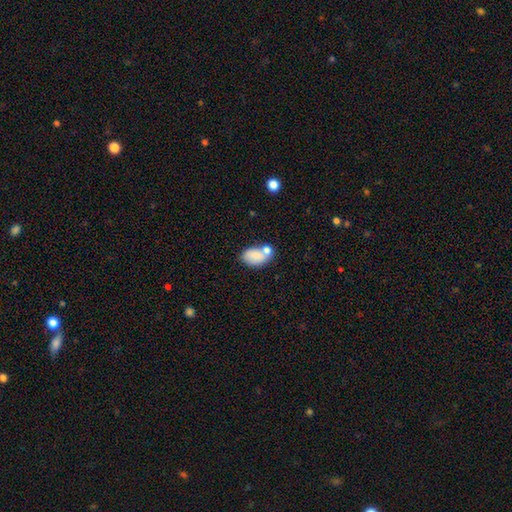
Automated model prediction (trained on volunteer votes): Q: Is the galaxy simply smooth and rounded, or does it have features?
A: smooth — 77%.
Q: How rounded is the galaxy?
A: in between — 88%.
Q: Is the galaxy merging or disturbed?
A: merger — 39%.